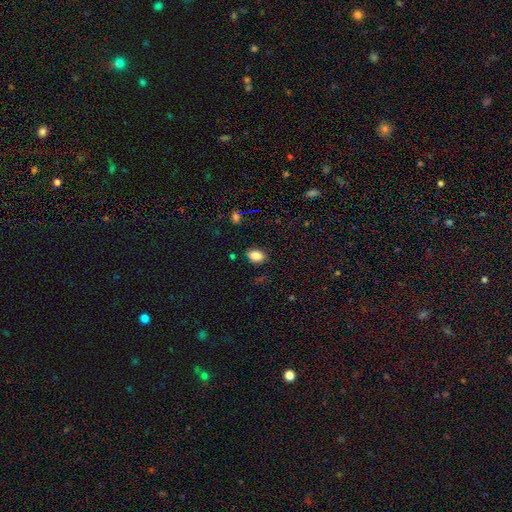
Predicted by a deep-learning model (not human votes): Morphology: type=smooth (84%); roundness=in between (83%); merging=none (83%).